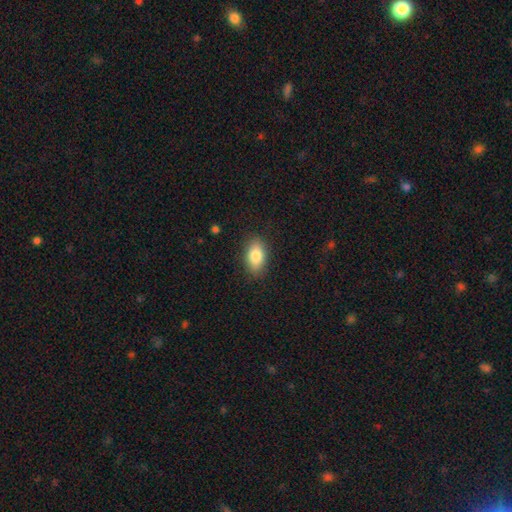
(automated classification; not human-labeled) A smooth galaxy with no disk features (84%) that is in between round and cigar-shaped (90%). Merging: none (86%).